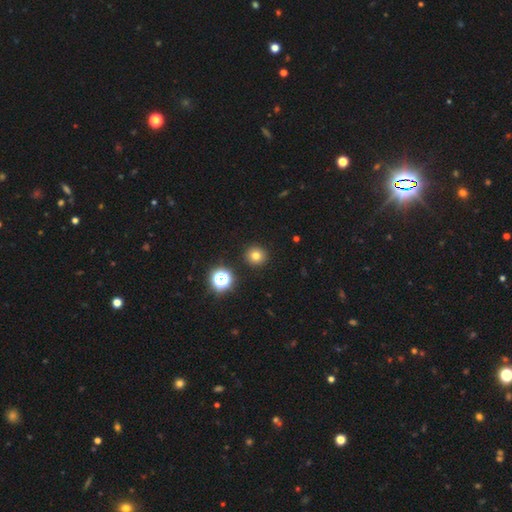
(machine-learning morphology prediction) This is likely a smooth galaxy (76%). How rounded: clearly round (93%). Merging: clearly none (92%).